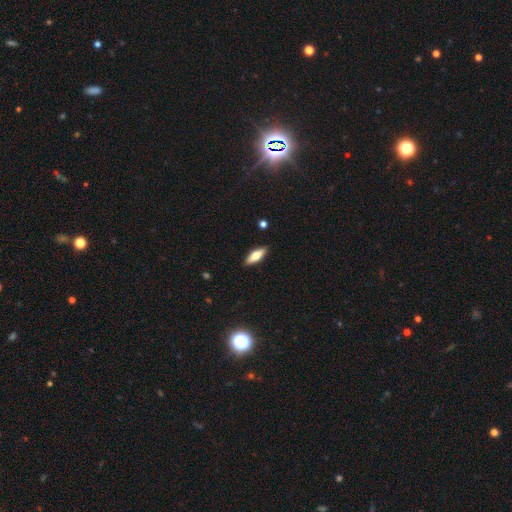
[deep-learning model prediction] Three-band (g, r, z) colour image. It shows a smooth galaxy with no disk features (67%) that is in between round and cigar-shaped (64%). Merging: none (88%).